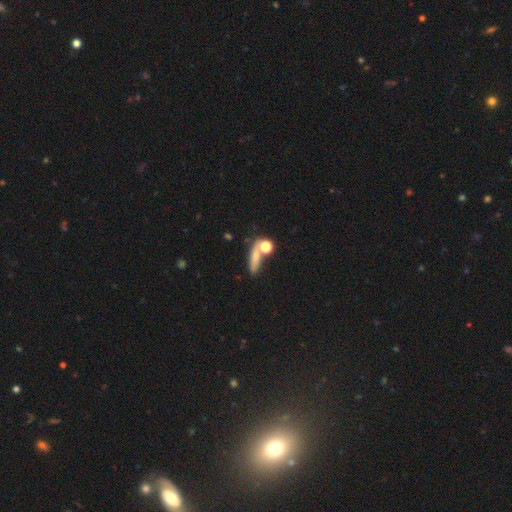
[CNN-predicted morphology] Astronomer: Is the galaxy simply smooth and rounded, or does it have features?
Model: smooth — 65%.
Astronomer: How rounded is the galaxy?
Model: cigar-shaped — 47% (runner-up: in between, 29%).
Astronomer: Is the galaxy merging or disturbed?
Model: none — 55%.